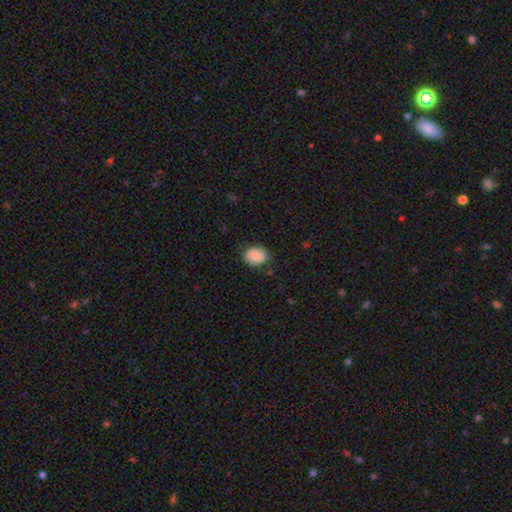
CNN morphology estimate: Smooth or featured?
  - smooth: 84% *
  - featured or disk: 8%
  - star or artifact: 8%
How rounded?
  - in between: 50% *
  - round: 49%
  - cigar-shaped: 1%
Merging?
  - none: 78% *
  - minor disturbance: 17%
  - major disturbance: 4%
  - merger: 1%